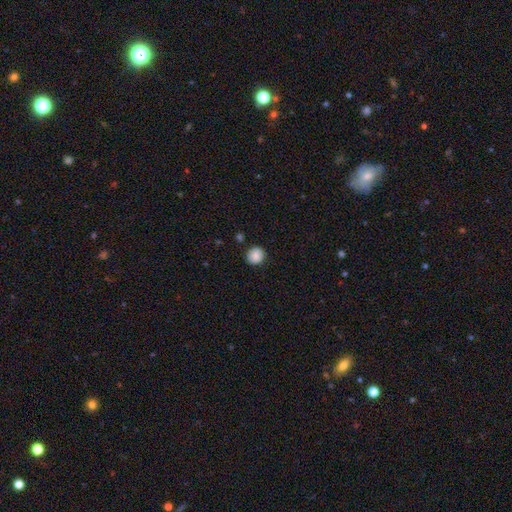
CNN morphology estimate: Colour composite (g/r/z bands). It shows a smooth galaxy with no disk features (86%) that is round (90%). Merging: none (87%).